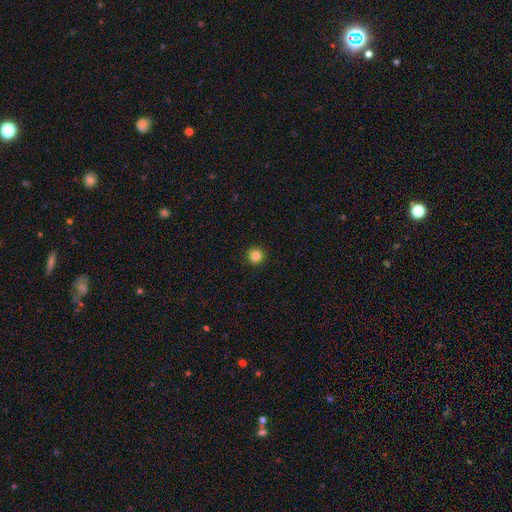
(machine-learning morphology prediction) Smooth or featured? smooth (85%)
How rounded? round (95%)
Merging? none (93%)